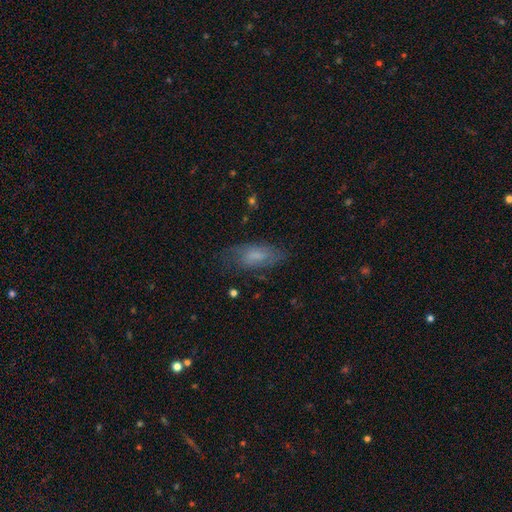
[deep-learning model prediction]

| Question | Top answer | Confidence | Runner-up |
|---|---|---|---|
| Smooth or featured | smooth | 60% | featured or disk (31%) |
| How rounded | in between | 80% | cigar-shaped (17%) |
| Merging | none | 65% | minor disturbance (22%) |